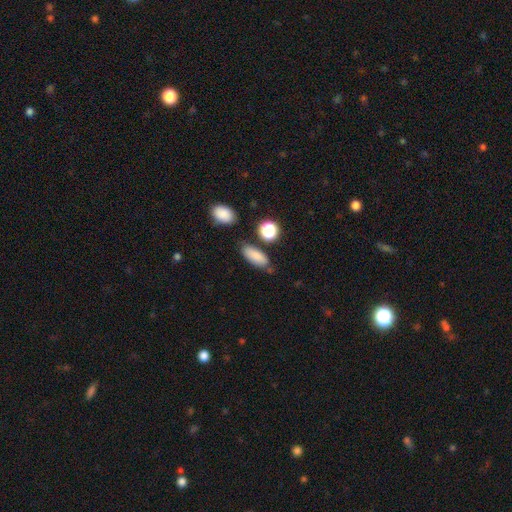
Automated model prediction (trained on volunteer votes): smooth-or-featured: smooth: 83% | star or artifact: 10% | featured or disk: 7%
  how-rounded: in between: 79% | cigar-shaped: 15% | round: 7%
  merging: none: 76% | minor disturbance: 14% | merger: 7% | major disturbance: 4%